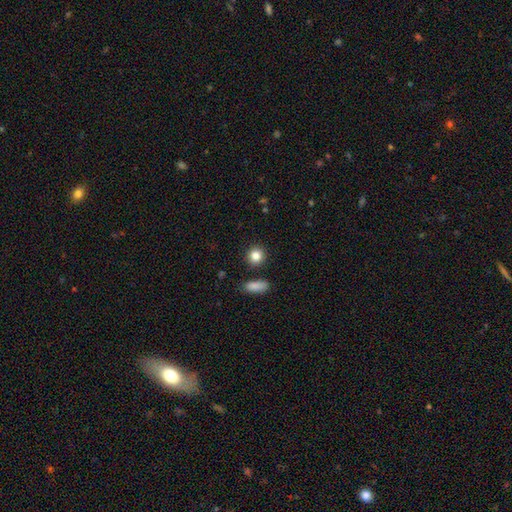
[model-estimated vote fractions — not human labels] This is clearly a smooth galaxy (85%). How rounded: clearly round (86%). Merging: clearly none (87%).